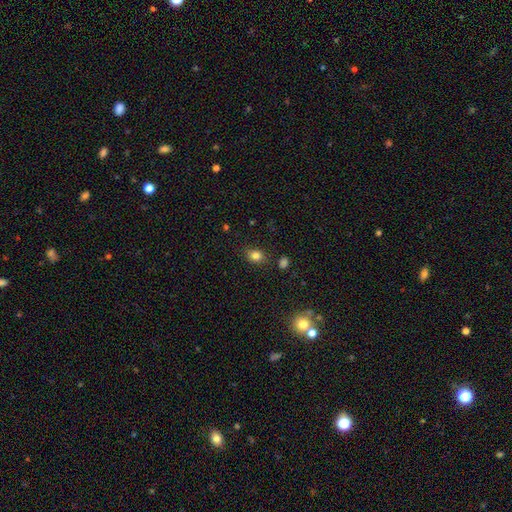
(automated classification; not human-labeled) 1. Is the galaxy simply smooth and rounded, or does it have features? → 81% smooth, 12% star or artifact, 7% featured or disk.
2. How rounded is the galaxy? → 51% in between, 47% round, 1% cigar-shaped.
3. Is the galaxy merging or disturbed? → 82% none, 12% minor disturbance, 3% major disturbance, 3% merger.